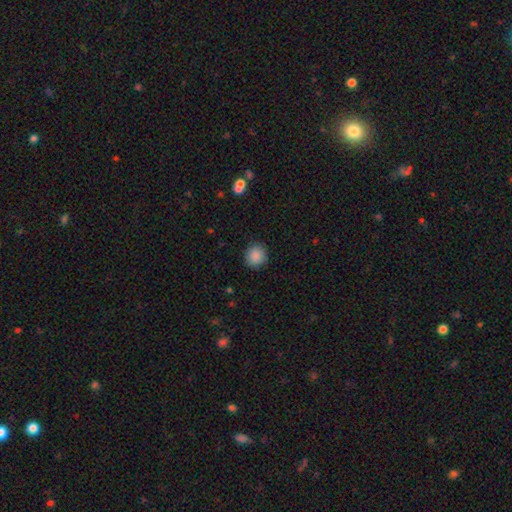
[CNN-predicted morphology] Q: Smooth or featured?
A: smooth (88%); runner-up: star or artifact (8%)
Q: How rounded?
A: round (88%); runner-up: in between (11%)
Q: Merging?
A: none (90%); runner-up: minor disturbance (7%)